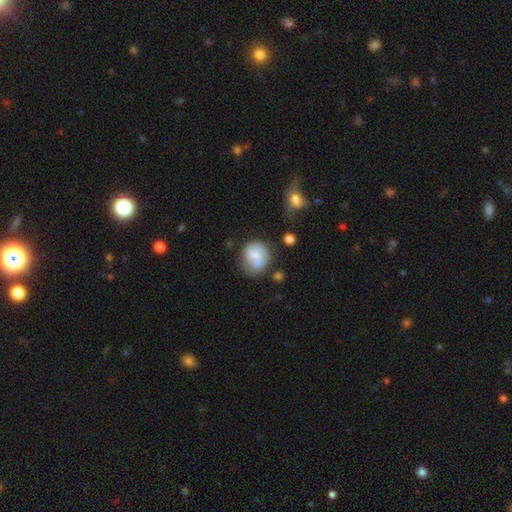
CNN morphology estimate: Q: Smooth or featured?
A: featured or disk (49%); runner-up: smooth (43%)
Q: Merging?
A: none (62%); runner-up: minor disturbance (21%)